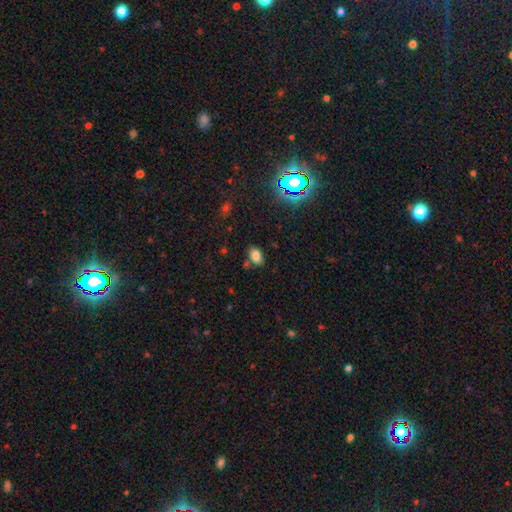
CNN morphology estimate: Smooth or featured: smooth — 79% (star or artifact — 14%)
How rounded: in between — 89% (round — 9%)
Merging: none — 74% (minor disturbance — 14%)